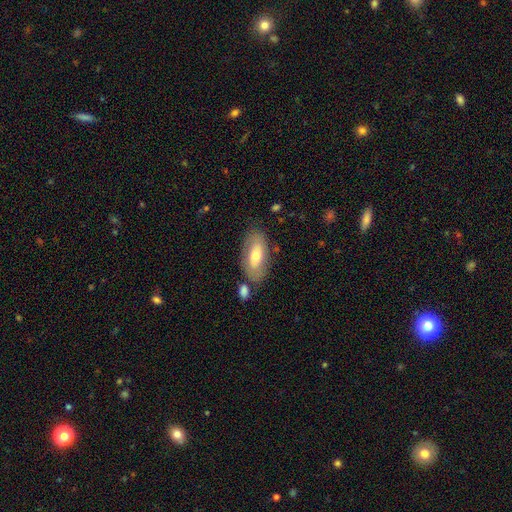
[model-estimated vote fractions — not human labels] A smooth galaxy with no disk features (60%) that is in between round and cigar-shaped (87%). Merging: none (74%).